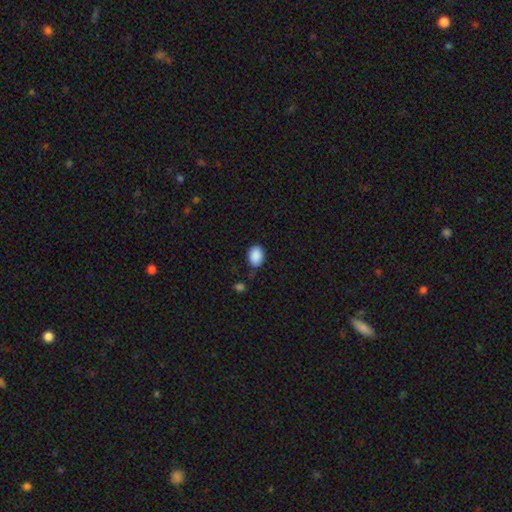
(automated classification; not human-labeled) Smooth or featured? Predicted: smooth (p=0.90). How rounded? Predicted: in between (p=0.76). Merging? Predicted: none (p=0.76).